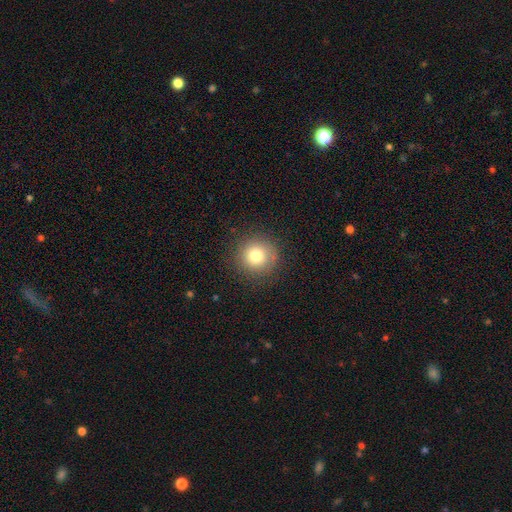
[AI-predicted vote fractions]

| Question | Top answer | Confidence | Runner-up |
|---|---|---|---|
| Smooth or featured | smooth | 77% | star or artifact (11%) |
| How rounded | round | 95% | in between (5%) |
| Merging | none | 86% | minor disturbance (9%) |